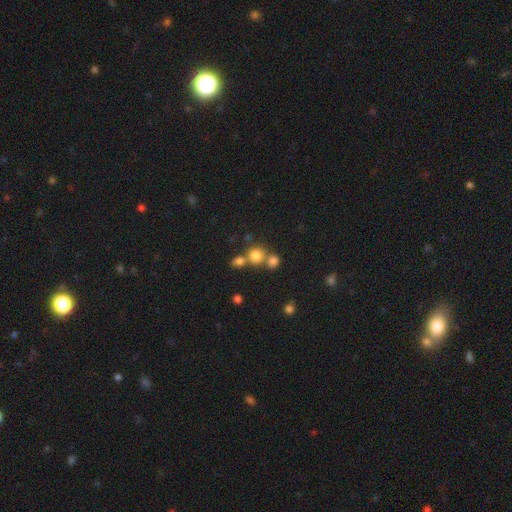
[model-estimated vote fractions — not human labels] Smooth or featured? Predicted: smooth (p=0.77). How rounded? Predicted: round (p=0.86). Merging? Predicted: none (p=0.55).